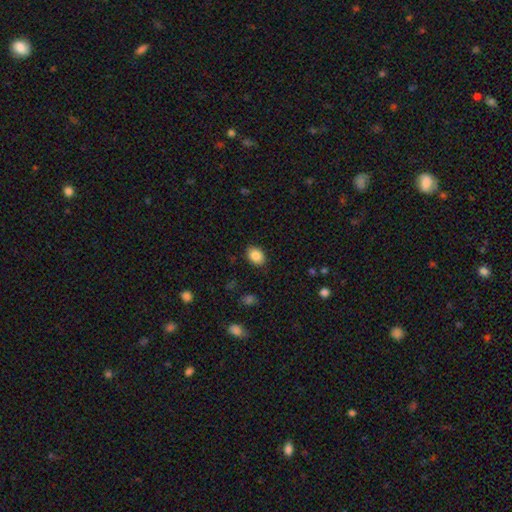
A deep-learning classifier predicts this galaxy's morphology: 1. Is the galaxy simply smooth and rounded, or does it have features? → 87% smooth, 8% star or artifact, 5% featured or disk.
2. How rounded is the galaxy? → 73% in between, 26% round, 1% cigar-shaped.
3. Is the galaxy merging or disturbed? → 88% none, 9% minor disturbance, 2% major disturbance, 1% merger.